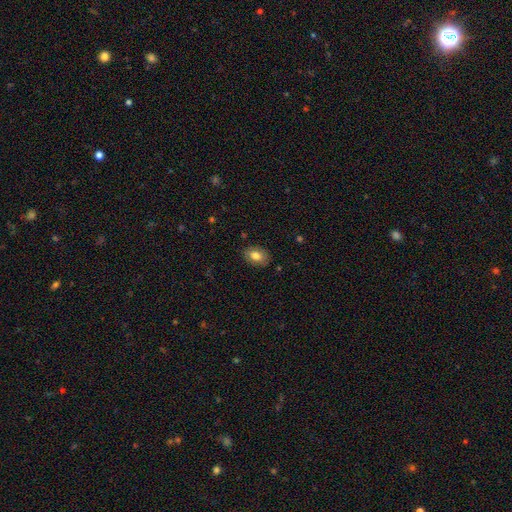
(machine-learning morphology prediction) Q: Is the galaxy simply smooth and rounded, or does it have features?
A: smooth — 79%.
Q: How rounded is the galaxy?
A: in between — 80%.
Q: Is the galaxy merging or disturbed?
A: none — 83%.